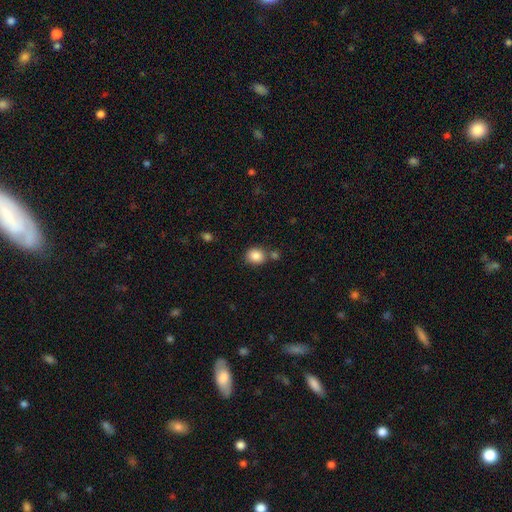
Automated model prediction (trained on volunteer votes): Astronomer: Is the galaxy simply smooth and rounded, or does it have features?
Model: smooth — 86%.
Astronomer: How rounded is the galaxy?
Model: round — 65%.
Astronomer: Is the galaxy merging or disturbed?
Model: none — 68%.